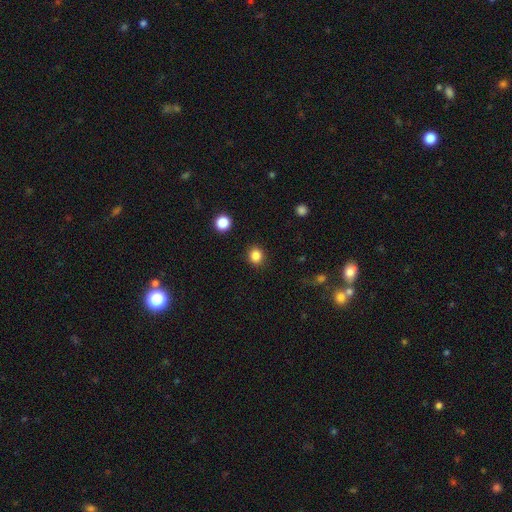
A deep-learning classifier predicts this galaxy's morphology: type=smooth (86%); roundness=round (80%); merging=none (90%).